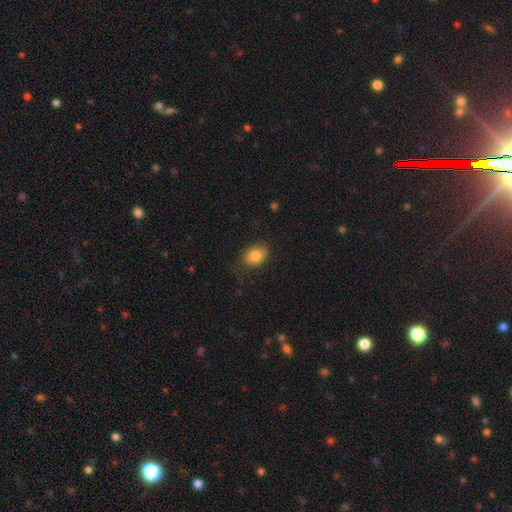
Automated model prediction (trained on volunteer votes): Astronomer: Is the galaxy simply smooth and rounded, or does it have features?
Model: smooth — 83%.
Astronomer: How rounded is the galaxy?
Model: in between — 67%.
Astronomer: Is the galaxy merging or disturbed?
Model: none — 77%.